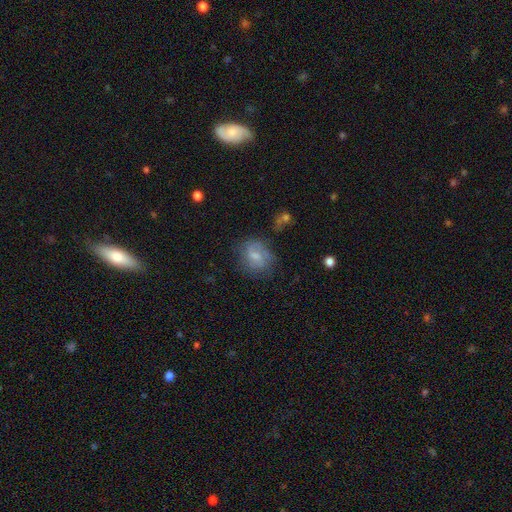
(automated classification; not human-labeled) Smooth or featured: smooth — 55% (featured or disk — 36%)
How rounded: round — 52% (in between — 46%)
Merging: none — 61% (minor disturbance — 24%)